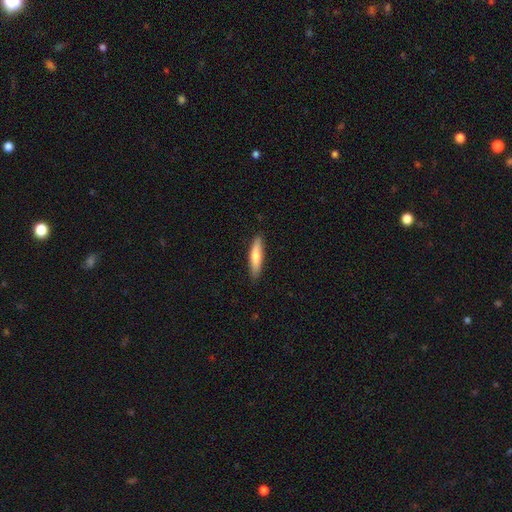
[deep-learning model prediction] This is likely a smooth galaxy (71%). How rounded: clearly cigar-shaped (82%). Merging: clearly none (88%).